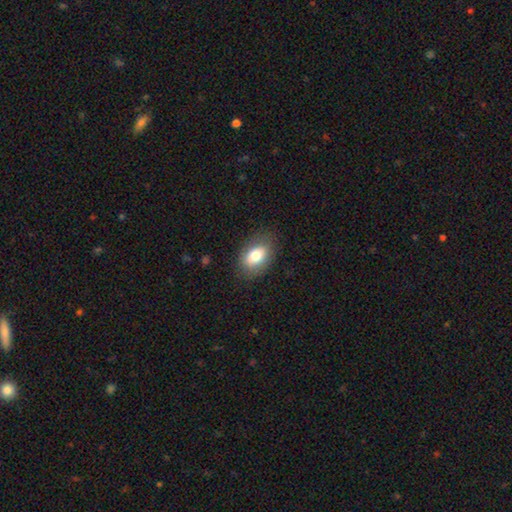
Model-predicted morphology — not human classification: A smooth galaxy with no disk features (76%) that is in between round and cigar-shaped (86%).

Vote fractions:
- Smooth or featured? smooth: 76% / featured or disk: 16% / star or artifact: 8%
- How rounded? in between: 86% / round: 12% / cigar-shaped: 2%
- Merging? none: 82% / minor disturbance: 13% / major disturbance: 4% / merger: 1%